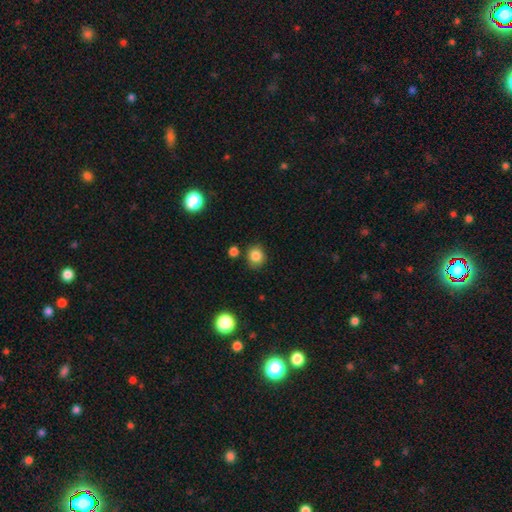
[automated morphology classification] smooth 85%, star or artifact 11%, featured or disk 5%. Down the decision tree: how rounded — round (81%); merging — none (82%).